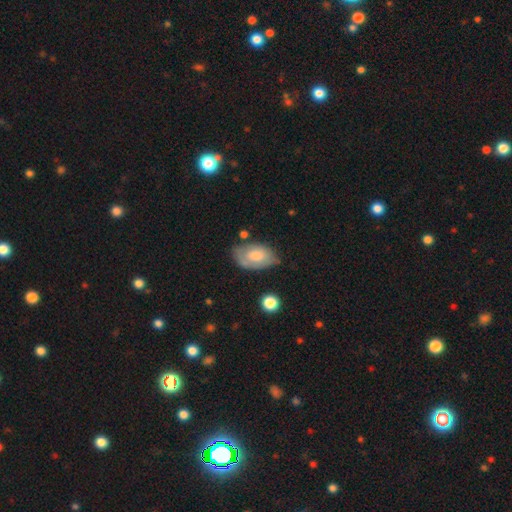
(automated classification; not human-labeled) Q: Smooth or featured?
A: smooth (57%); runner-up: featured or disk (36%)
Q: How rounded?
A: in between (91%); runner-up: round (8%)
Q: Merging?
A: none (55%); runner-up: minor disturbance (31%)